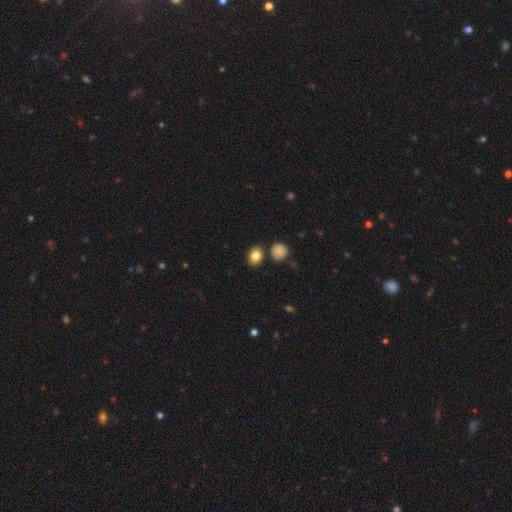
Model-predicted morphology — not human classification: Overall: smooth (83%). How rounded: in between (56%; round 43%). Merging: none (80%).